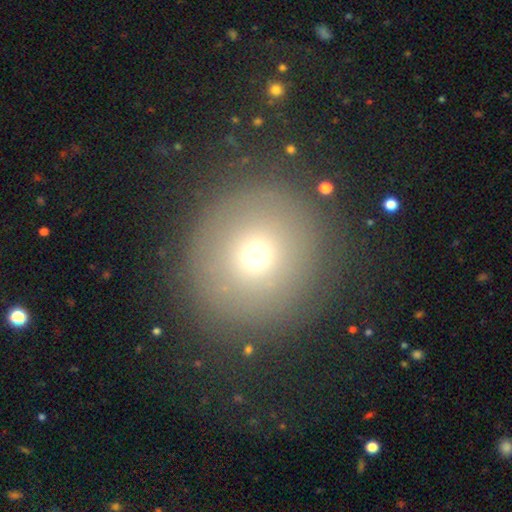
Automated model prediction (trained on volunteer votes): smooth_or_featured: smooth (p=0.68) [alt: star or artifact p=0.18]
how_rounded: round (p=0.92) [alt: in between p=0.07]
merging: none (p=0.85) [alt: minor disturbance p=0.09]